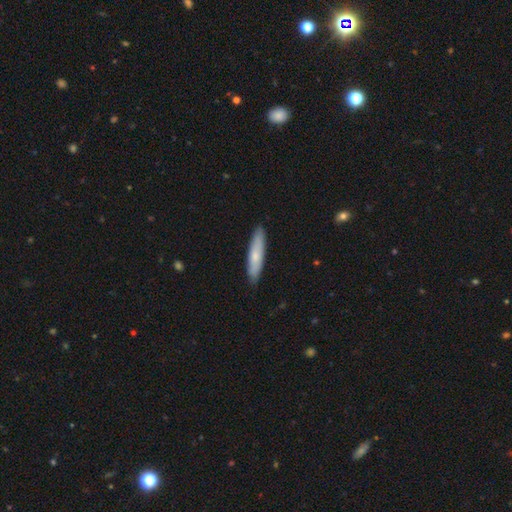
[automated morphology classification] A smooth galaxy with no disk features (70%) that is cigar-shaped (83%).

Vote fractions:
- Smooth or featured? smooth: 70% / featured or disk: 25% / star or artifact: 5%
- How rounded? cigar-shaped: 83% / in between: 15% / round: 1%
- Merging? none: 89% / minor disturbance: 8% / major disturbance: 1% / merger: 1%